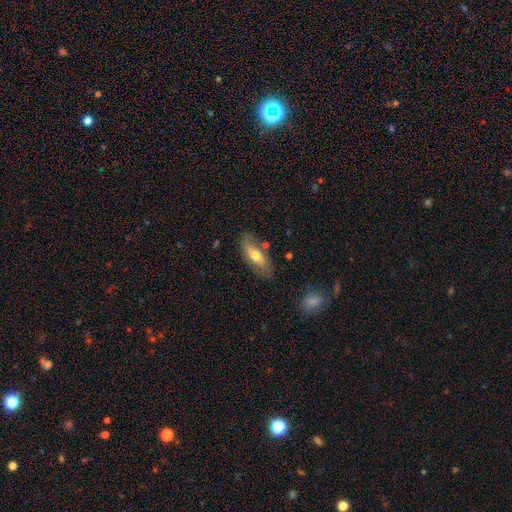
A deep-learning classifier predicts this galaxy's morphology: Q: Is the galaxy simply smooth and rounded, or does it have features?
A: smooth — 57%.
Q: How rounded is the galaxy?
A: in between — 73%.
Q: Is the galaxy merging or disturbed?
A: none — 75%.